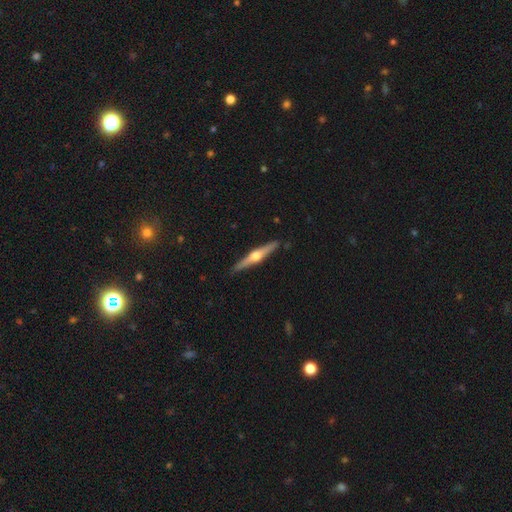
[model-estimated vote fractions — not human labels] This appears to be a featured or disk galaxy (73%) viewed edge-on (98%) with a rounded central bulge (95%). Merging: none (90%).